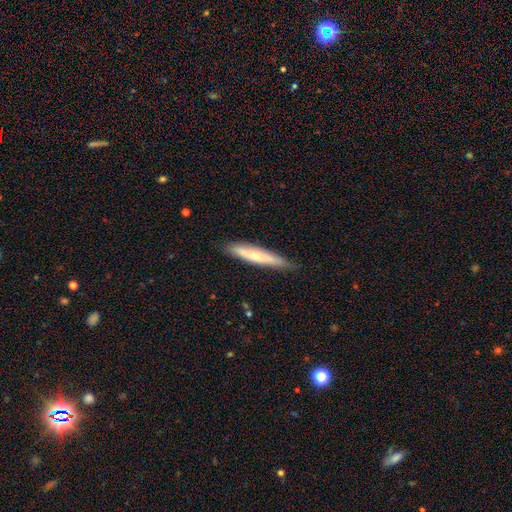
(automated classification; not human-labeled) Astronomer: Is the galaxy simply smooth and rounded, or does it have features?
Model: smooth — 50% (runner-up: featured or disk, 44%).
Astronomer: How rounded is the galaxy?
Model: cigar-shaped — 86%.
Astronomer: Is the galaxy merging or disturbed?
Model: none — 81%.